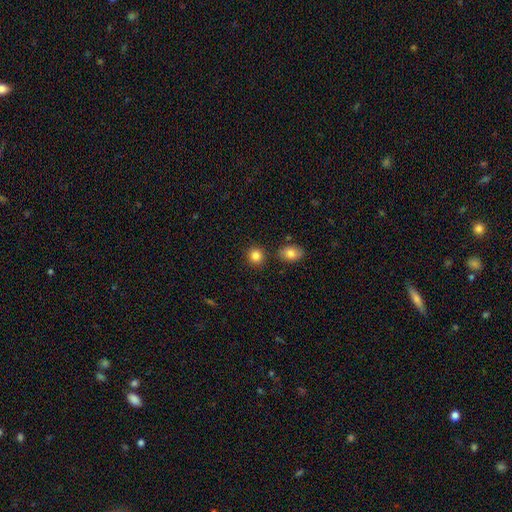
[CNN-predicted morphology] type=smooth (85%); roundness=round (86%); merging=none (85%).